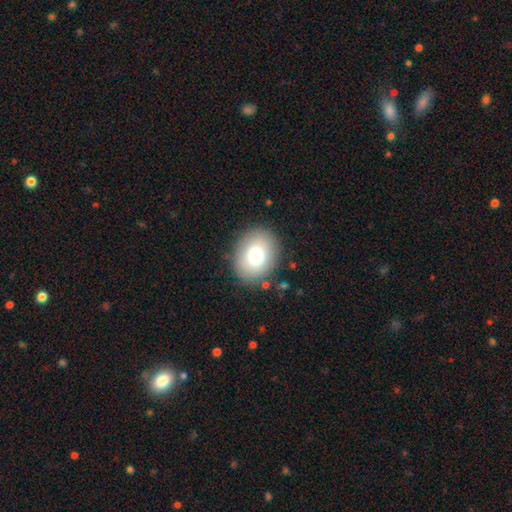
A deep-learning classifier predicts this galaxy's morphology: Smooth or featured? Predicted: smooth (p=0.76). How rounded? Predicted: in between (p=0.55). Merging? Predicted: none (p=0.85).